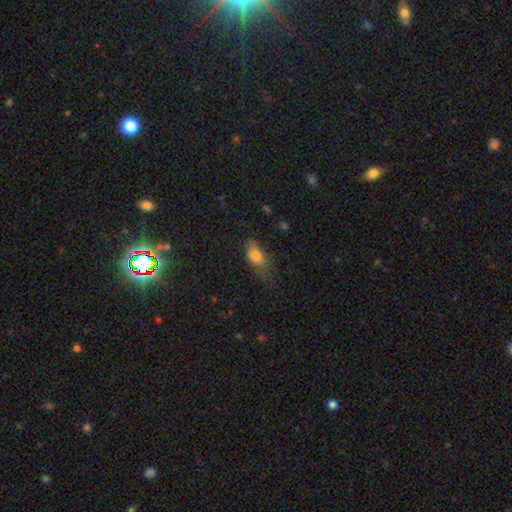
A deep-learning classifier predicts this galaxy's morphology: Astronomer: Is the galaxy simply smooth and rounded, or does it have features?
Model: smooth — 78%.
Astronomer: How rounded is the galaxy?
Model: in between — 85%.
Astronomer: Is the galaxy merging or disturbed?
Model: minor disturbance — 35% (runner-up: major disturbance, 32%).